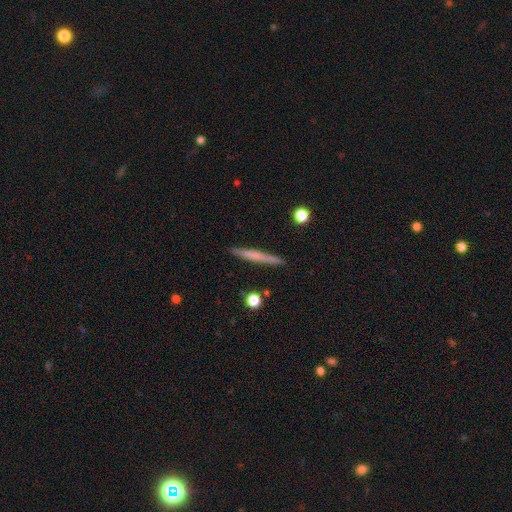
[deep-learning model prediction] smooth-or-featured: smooth: 54% | featured or disk: 40% | star or artifact: 6%
  how-rounded: cigar-shaped: 96% | in between: 2% | round: 2%
  merging: none: 91% | minor disturbance: 6% | merger: 1% | major disturbance: 1%